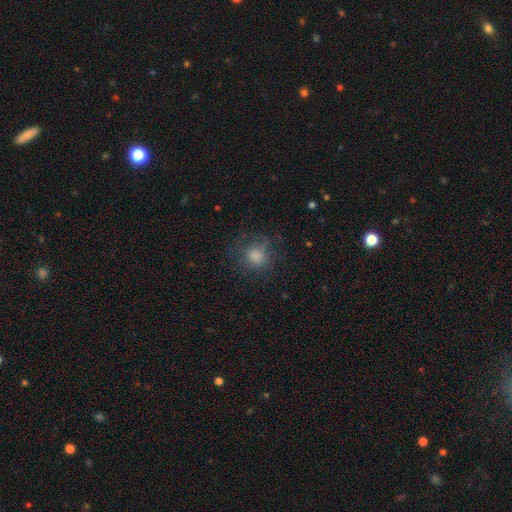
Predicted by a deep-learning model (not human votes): This is likely a smooth galaxy (72%). How rounded: clearly round (83%). Merging: likely none (71%).